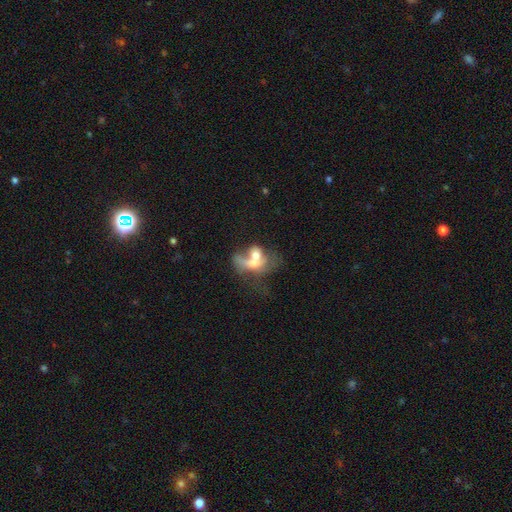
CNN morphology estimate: The model was most divided on "smooth or featured": smooth: 47%, featured or disk: 42%, star or artifact: 11%. More confident: merging — merger (60%).